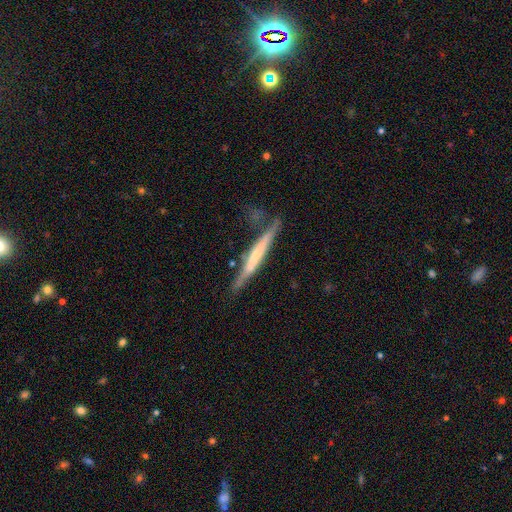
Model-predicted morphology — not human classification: The model was most divided on "smooth or featured": featured or disk: 57%, smooth: 37%, star or artifact: 6%. More confident: edge-on disk — yes (94%); merging — none (73%); edge-on bulge — none (62%).